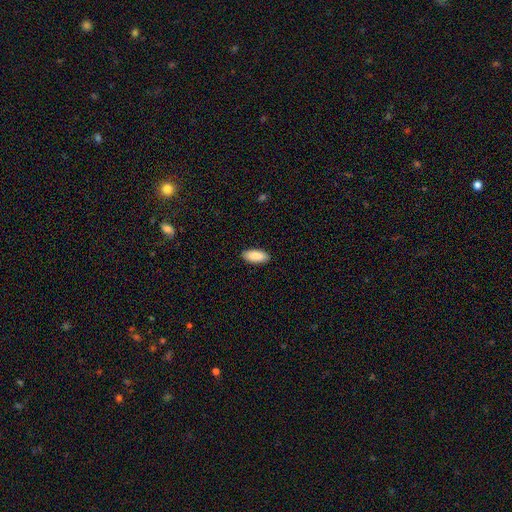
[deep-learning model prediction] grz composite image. It shows a smooth galaxy with no disk features (89%) that is in between round and cigar-shaped (89%). Merging: none (90%).